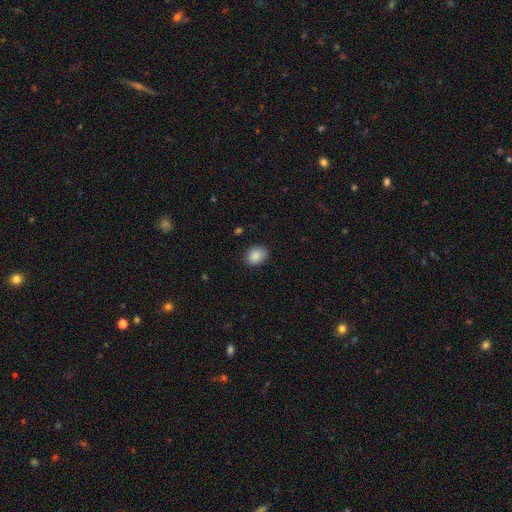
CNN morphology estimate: A smooth galaxy with no disk features (88%) that is in between round and cigar-shaped (61%).

Vote fractions:
- Smooth or featured? smooth: 88% / star or artifact: 8% / featured or disk: 4%
- How rounded? in between: 61% / round: 38% / cigar-shaped: 1%
- Merging? none: 86% / minor disturbance: 11% / major disturbance: 3% / merger: 1%